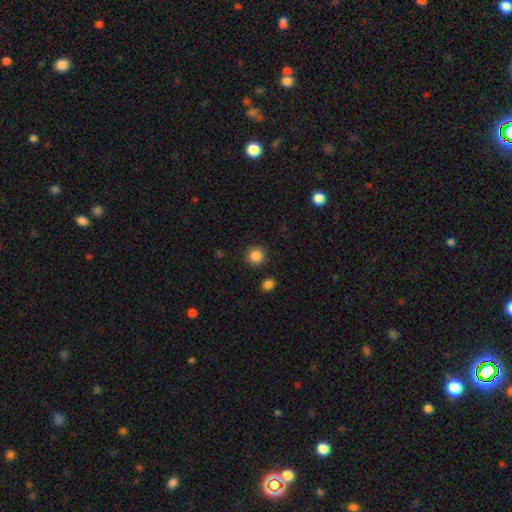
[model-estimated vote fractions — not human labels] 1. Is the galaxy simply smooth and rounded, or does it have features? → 87% smooth, 10% star or artifact, 3% featured or disk.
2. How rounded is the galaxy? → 93% round, 6% in between, 1% cigar-shaped.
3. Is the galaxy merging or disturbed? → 90% none, 5% minor disturbance, 2% merger, 2% major disturbance.